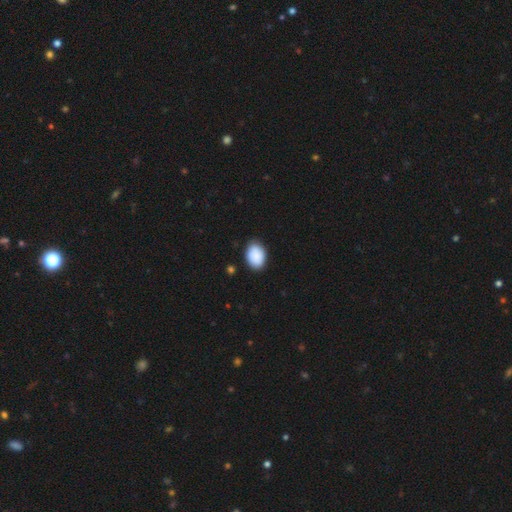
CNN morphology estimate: Smooth or featured: smooth — 90% (star or artifact — 6%)
How rounded: in between — 82% (round — 17%)
Merging: none — 83% (minor disturbance — 14%)